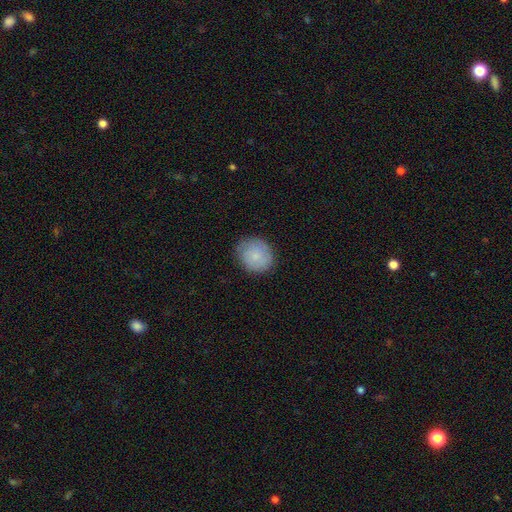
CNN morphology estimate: smooth_or_featured: smooth (p=0.78) [alt: featured or disk p=0.16]
how_rounded: round (p=0.79) [alt: in between p=0.20]
merging: none (p=0.77) [alt: minor disturbance p=0.18]